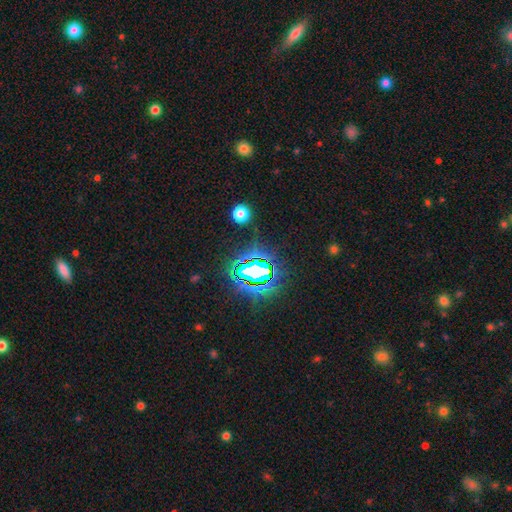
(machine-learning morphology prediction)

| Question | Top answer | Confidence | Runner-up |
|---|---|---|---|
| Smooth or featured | star or artifact | 79% | smooth (13%) |